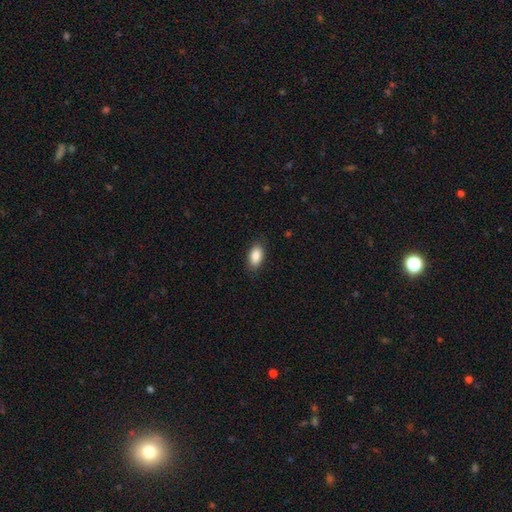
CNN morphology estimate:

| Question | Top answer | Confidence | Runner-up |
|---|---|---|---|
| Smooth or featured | smooth | 89% | star or artifact (7%) |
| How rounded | in between | 93% | round (4%) |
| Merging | none | 87% | minor disturbance (10%) |